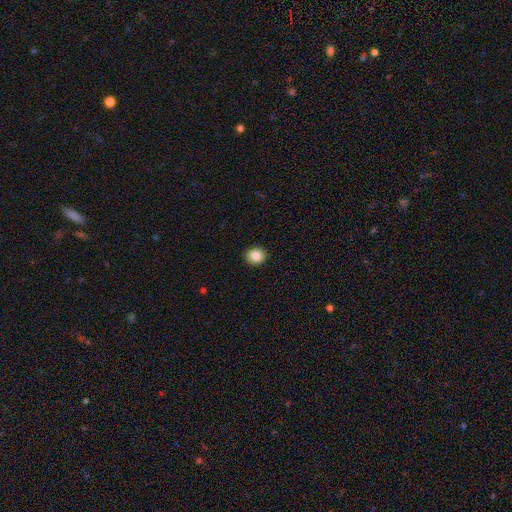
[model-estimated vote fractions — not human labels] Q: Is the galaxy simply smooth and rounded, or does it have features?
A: smooth — 85%.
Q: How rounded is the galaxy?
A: round — 78%.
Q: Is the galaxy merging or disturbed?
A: none — 92%.